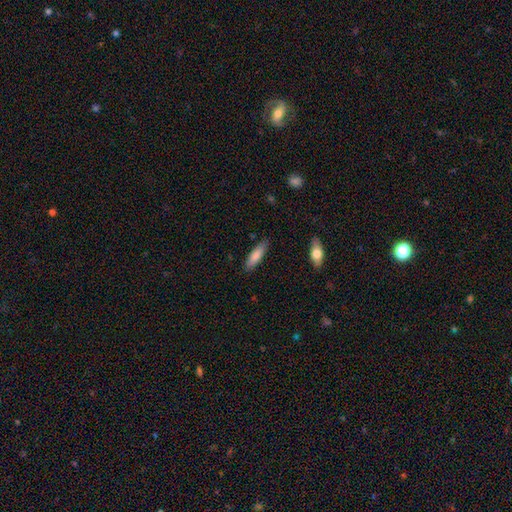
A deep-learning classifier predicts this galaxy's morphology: This is clearly a smooth galaxy (81%). How rounded: possibly cigar-shaped (59%). Merging: clearly none (85%).